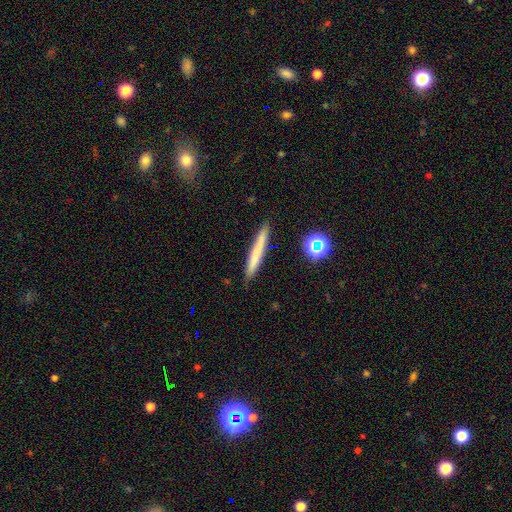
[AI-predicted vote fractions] smooth_or_featured: smooth (p=0.67) [alt: featured or disk p=0.25]
how_rounded: cigar-shaped (p=0.95) [alt: in between p=0.04]
merging: none (p=0.88) [alt: minor disturbance p=0.09]